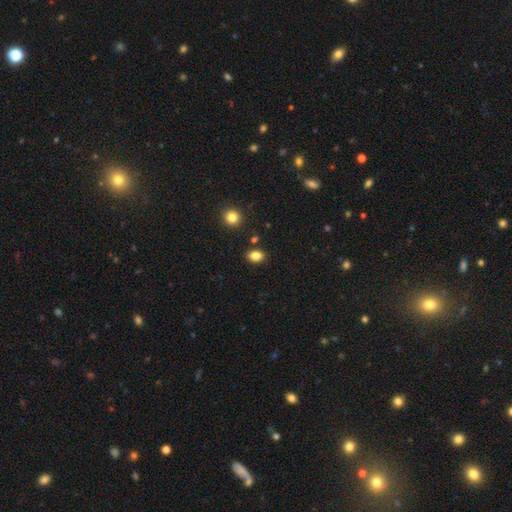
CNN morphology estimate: A smooth galaxy with no disk features (85%) that is in between round and cigar-shaped (73%). Merging: none (85%).